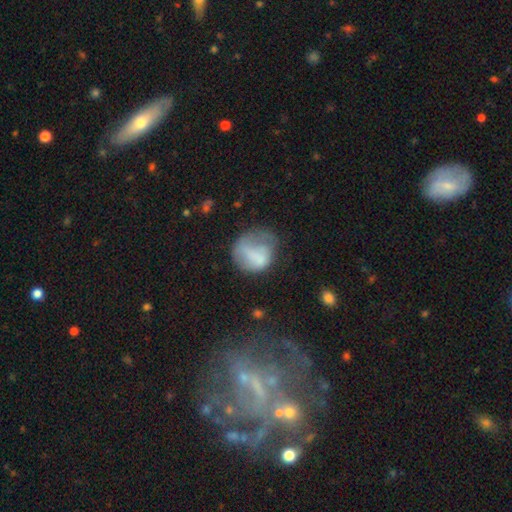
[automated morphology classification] This is likely a smooth galaxy (65%). How rounded: likely round (69%). Merging: marginally major disturbance (34%).